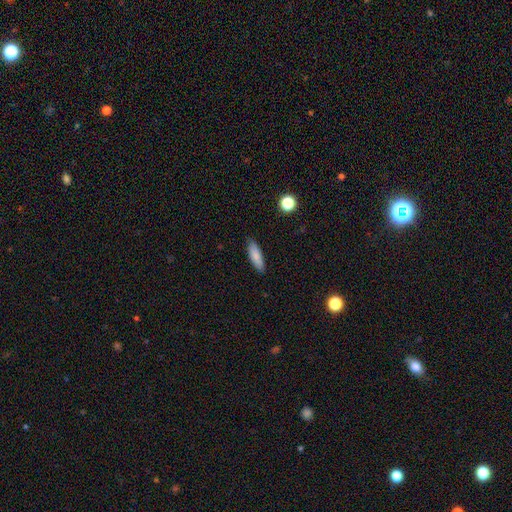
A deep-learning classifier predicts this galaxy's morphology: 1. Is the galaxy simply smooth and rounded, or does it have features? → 83% smooth, 10% featured or disk, 7% star or artifact.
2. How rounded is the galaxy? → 54% in between, 44% cigar-shaped, 2% round.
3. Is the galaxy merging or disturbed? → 85% none, 12% minor disturbance, 2% major disturbance, 1% merger.